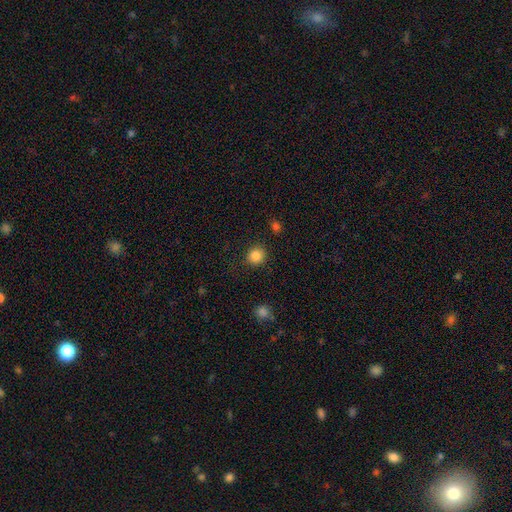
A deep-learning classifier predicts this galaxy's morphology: smooth_or_featured: smooth (p=0.85) [alt: star or artifact p=0.11]
how_rounded: round (p=0.87) [alt: in between p=0.12]
merging: none (p=0.88) [alt: minor disturbance p=0.08]